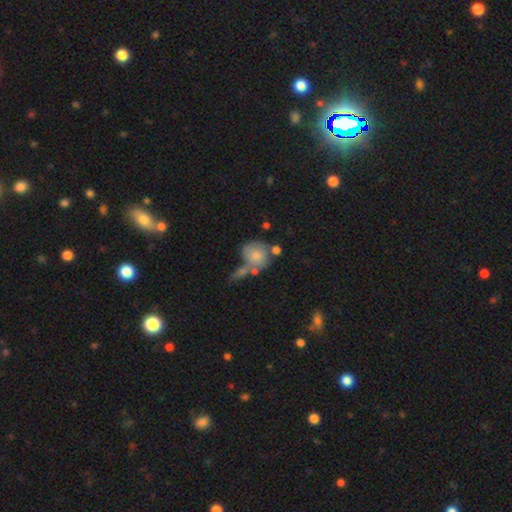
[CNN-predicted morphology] smooth-or-featured: smooth: 70% | featured or disk: 23% | star or artifact: 8%
  how-rounded: round: 78% | in between: 21% | cigar-shaped: 2%
  merging: none: 37% | merger: 31% | minor disturbance: 19% | major disturbance: 13%